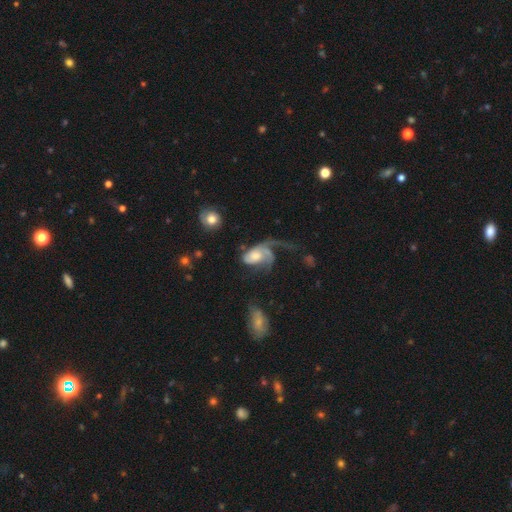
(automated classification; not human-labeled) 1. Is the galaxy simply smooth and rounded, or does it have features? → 73% featured or disk, 20% smooth, 6% star or artifact.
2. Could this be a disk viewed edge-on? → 97% no, 3% yes.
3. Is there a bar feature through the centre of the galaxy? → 69% no, 25% weak, 6% strong.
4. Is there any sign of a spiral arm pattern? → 88% yes, 12% no.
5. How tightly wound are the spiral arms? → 51% loose, 33% medium, 16% tight.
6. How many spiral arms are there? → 41% 1, 33% 2, 11% can't tell, 9% 3, 3% 4, 3% more than 4.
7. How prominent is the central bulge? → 48% moderate, 22% small, 20% large, 7% none, 3% dominant.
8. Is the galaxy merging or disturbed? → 56% major disturbance, 21% none, 14% minor disturbance, 9% merger.